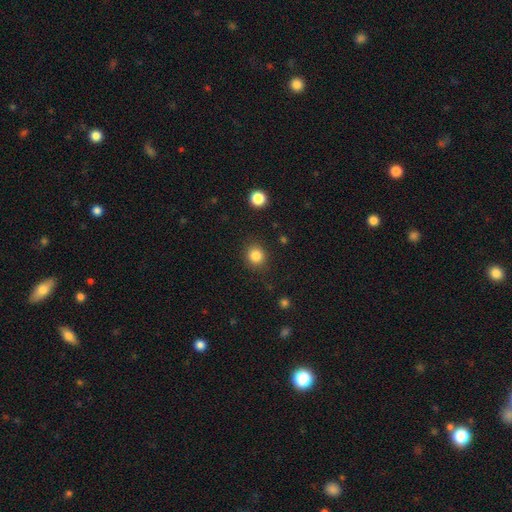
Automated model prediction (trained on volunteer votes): A smooth galaxy with no disk features (85%) that is round (87%). Merging: none (87%).